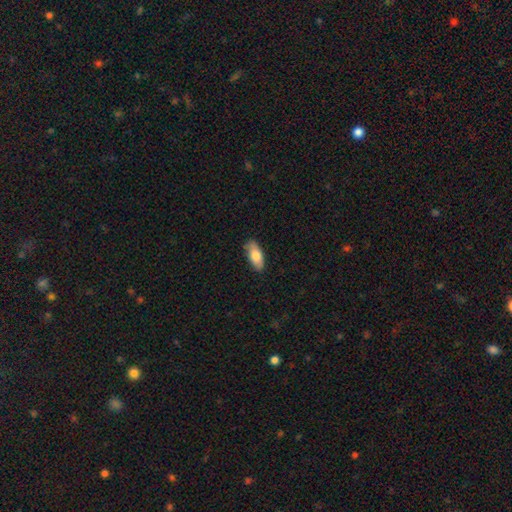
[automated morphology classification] This is likely a smooth galaxy (78%). How rounded: clearly in between (84%). Merging: clearly none (84%).